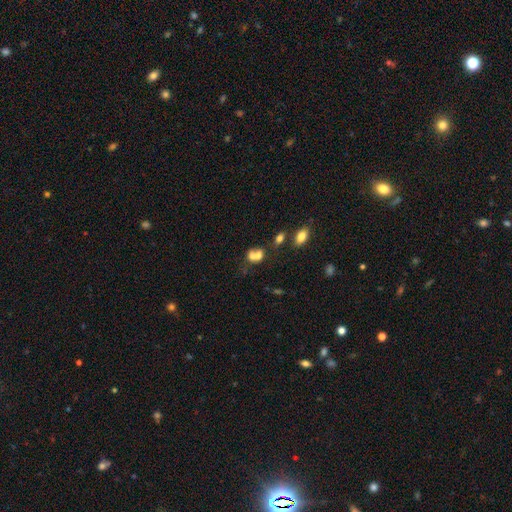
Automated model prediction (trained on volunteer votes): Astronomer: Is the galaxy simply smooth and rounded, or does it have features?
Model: smooth — 66%.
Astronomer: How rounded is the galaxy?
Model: round — 51% (runner-up: in between, 48%).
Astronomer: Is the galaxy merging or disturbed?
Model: merger — 60%.